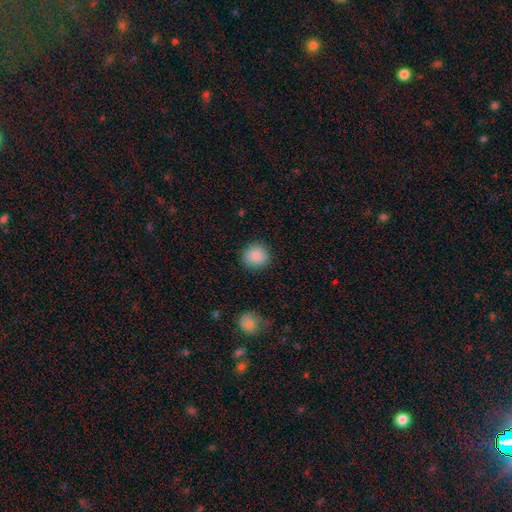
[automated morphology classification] smooth 88%, star or artifact 8%, featured or disk 4%. Down the decision tree: how rounded — round (90%); merging — none (88%).